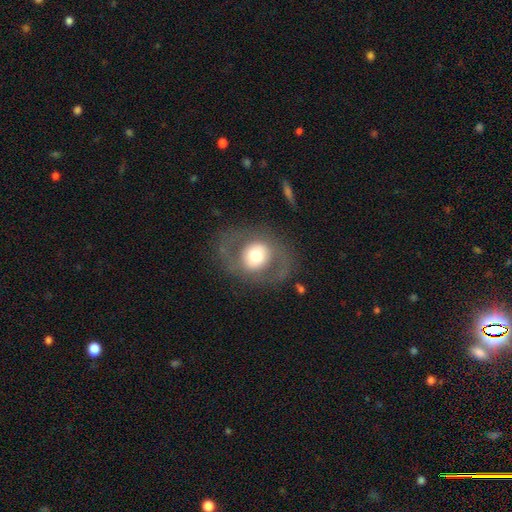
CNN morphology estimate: A featured or disk galaxy (47%). Merging: none (75%).